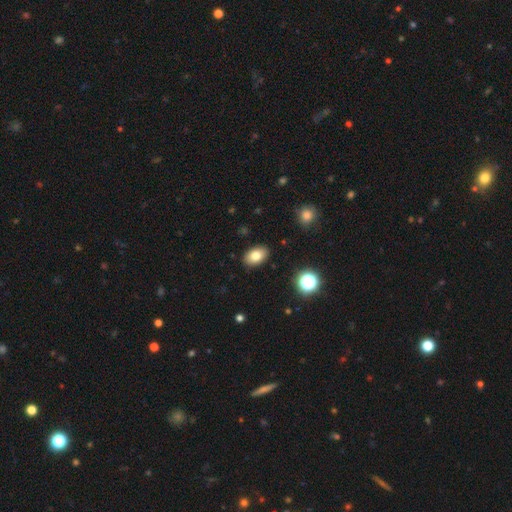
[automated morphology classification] type=smooth (79%); roundness=in between (89%); merging=none (88%).